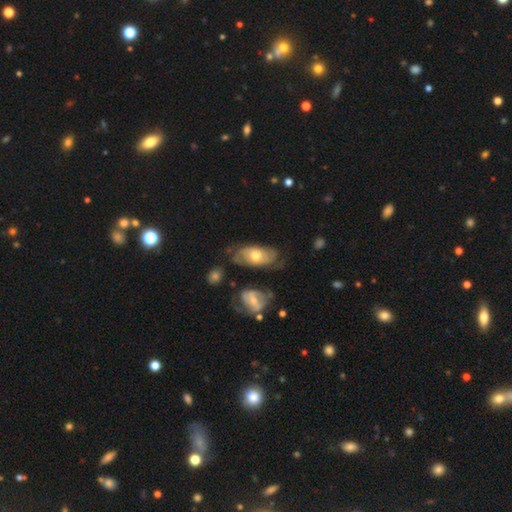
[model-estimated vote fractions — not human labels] Smooth or featured: featured or disk — 53% (smooth — 41%)
Edge-on disk: no — 88% (yes — 12%)
Merging: none — 60% (minor disturbance — 24%)